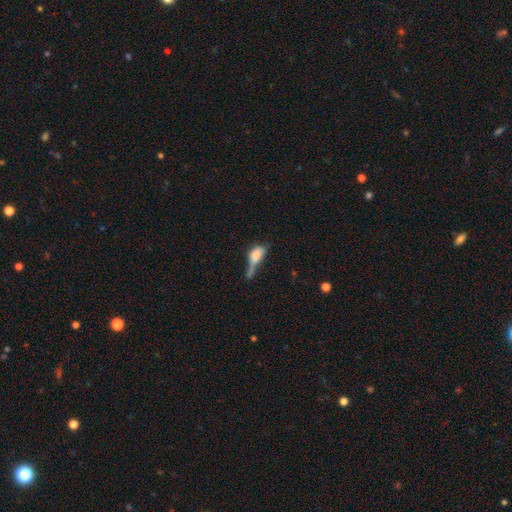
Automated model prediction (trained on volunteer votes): Overall: smooth (67%). How rounded: in between (74%). Merging: major disturbance (33%; minor disturbance 24%).